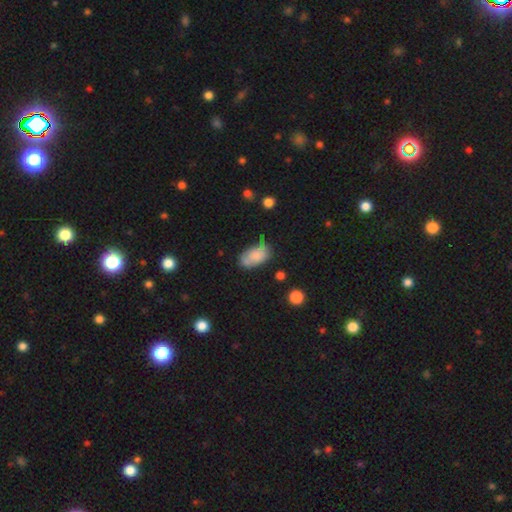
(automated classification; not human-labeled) This appears to be a smooth galaxy with no disk features (75%) that is in between round and cigar-shaped (93%). Merging: none (49%).